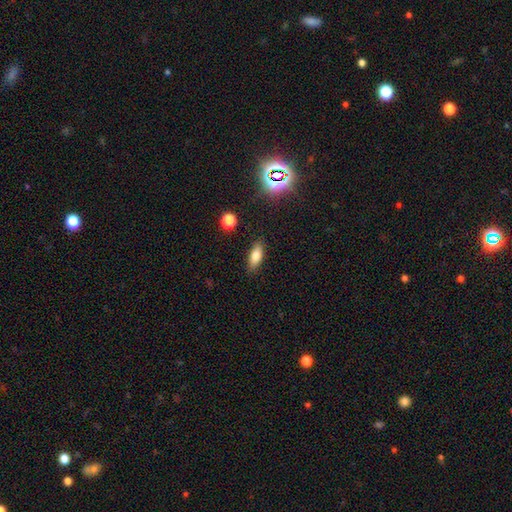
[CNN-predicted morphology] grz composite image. It shows a smooth galaxy with no disk features (76%) that is in between round and cigar-shaped (74%). Merging: none (87%).